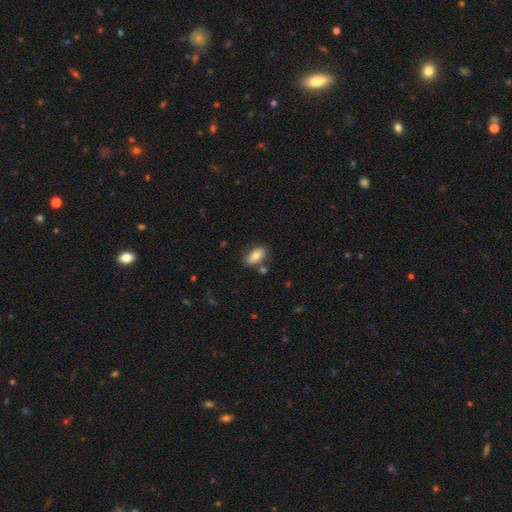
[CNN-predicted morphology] Q: Smooth or featured?
A: smooth (78%); runner-up: featured or disk (15%)
Q: How rounded?
A: in between (89%); runner-up: cigar-shaped (6%)
Q: Merging?
A: none (74%); runner-up: minor disturbance (15%)